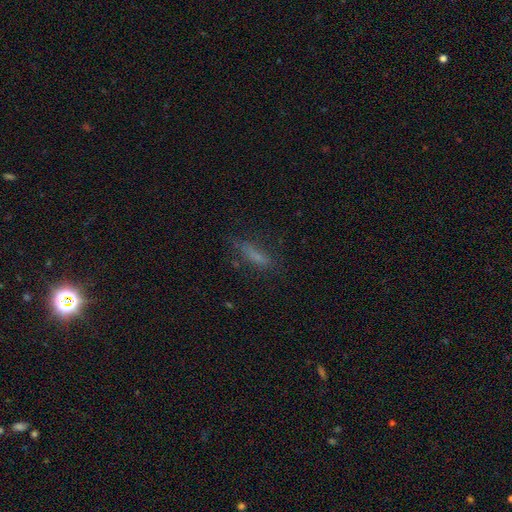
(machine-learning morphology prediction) Smooth or featured?
  - smooth: 67% *
  - featured or disk: 18%
  - star or artifact: 15%
How rounded?
  - cigar-shaped: 68% *
  - in between: 30%
  - round: 3%
Merging?
  - none: 68% *
  - minor disturbance: 20%
  - major disturbance: 10%
  - merger: 2%